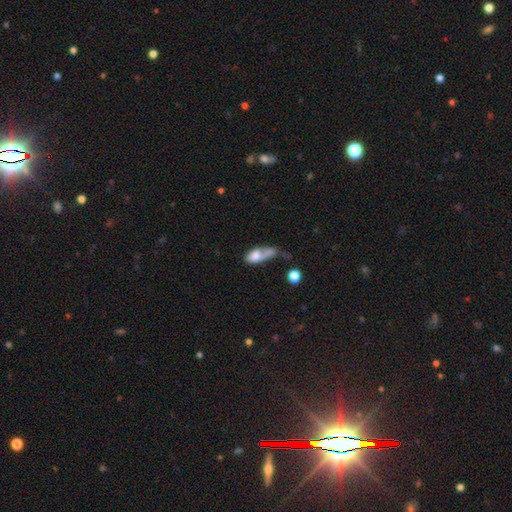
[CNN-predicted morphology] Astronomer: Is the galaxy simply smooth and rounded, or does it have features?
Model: smooth — 66%.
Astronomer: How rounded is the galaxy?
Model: in between — 75%.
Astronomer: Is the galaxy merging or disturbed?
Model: merger — 34% (runner-up: major disturbance, 30%).